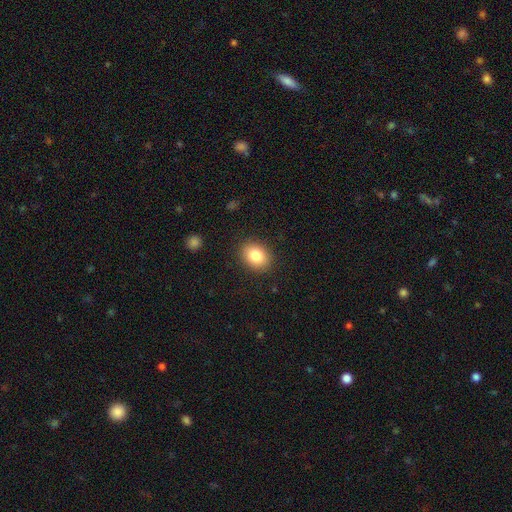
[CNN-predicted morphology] Smooth or featured: smooth — 83% (featured or disk — 9%)
How rounded: in between — 61% (round — 38%)
Merging: none — 88% (minor disturbance — 8%)